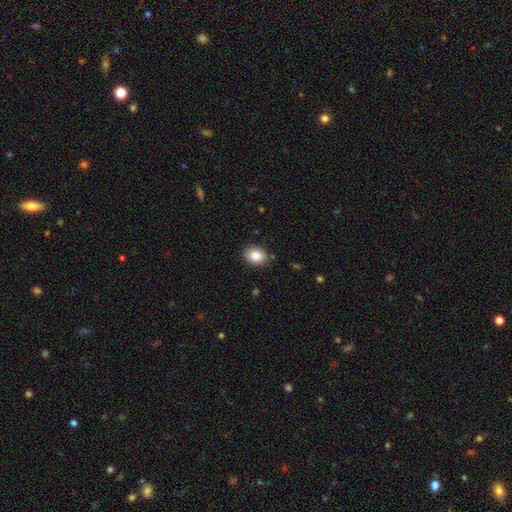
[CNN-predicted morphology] type=smooth (84%); roundness=round (52%); merging=none (86%).